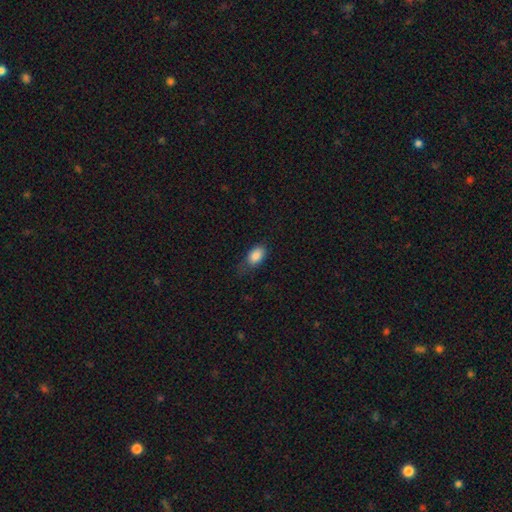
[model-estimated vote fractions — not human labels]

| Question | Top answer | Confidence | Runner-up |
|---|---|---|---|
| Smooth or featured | smooth | 86% | star or artifact (8%) |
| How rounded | in between | 90% | round (8%) |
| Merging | none | 58% | minor disturbance (29%) |